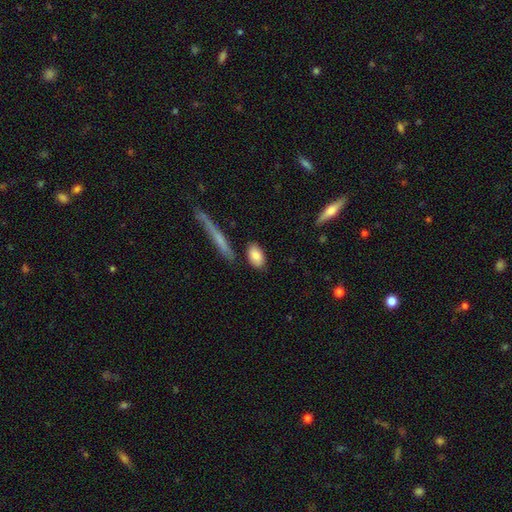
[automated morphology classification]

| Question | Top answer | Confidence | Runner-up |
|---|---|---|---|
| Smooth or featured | smooth | 84% | featured or disk (10%) |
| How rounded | in between | 89% | round (6%) |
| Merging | none | 80% | minor disturbance (12%) |